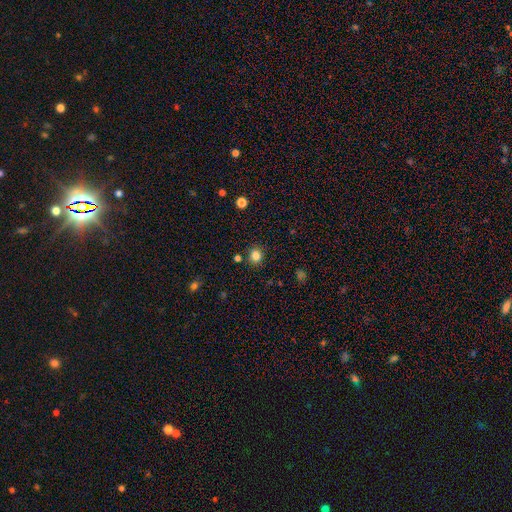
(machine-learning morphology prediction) Smooth or featured?
  - smooth: 83% *
  - star or artifact: 13%
  - featured or disk: 5%
How rounded?
  - round: 84% *
  - in between: 15%
  - cigar-shaped: 1%
Merging?
  - none: 87% *
  - minor disturbance: 8%
  - merger: 3%
  - major disturbance: 2%